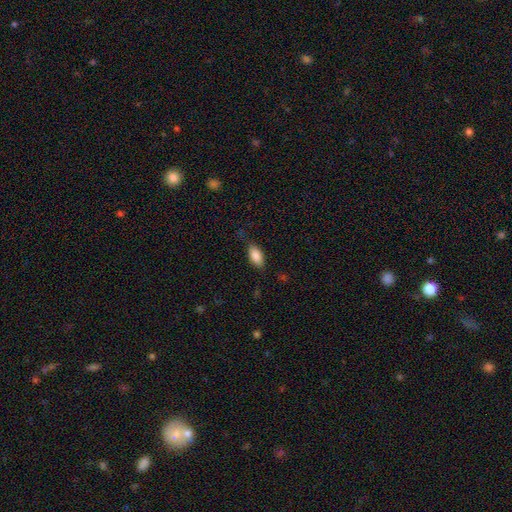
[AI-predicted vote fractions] Overall: smooth (87%). How rounded: in between (90%). Merging: none (79%).